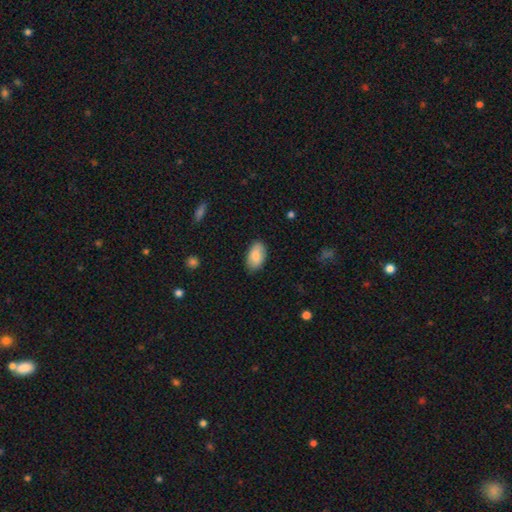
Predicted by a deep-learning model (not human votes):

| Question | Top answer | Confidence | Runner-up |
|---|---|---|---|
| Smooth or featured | smooth | 84% | featured or disk (9%) |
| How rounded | in between | 95% | round (3%) |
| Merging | none | 84% | minor disturbance (12%) |